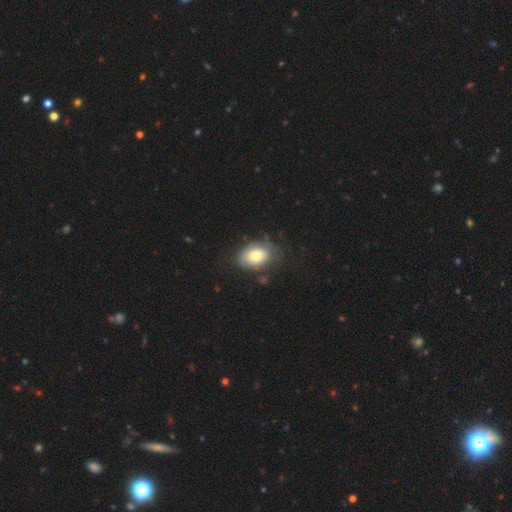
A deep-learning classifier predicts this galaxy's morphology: A smooth galaxy with no disk features (70%) that is in between round and cigar-shaped (82%).

Vote fractions:
- Smooth or featured? smooth: 70% / featured or disk: 23% / star or artifact: 7%
- How rounded? in between: 82% / round: 17% / cigar-shaped: 1%
- Merging? none: 60% / minor disturbance: 26% / major disturbance: 10% / merger: 3%